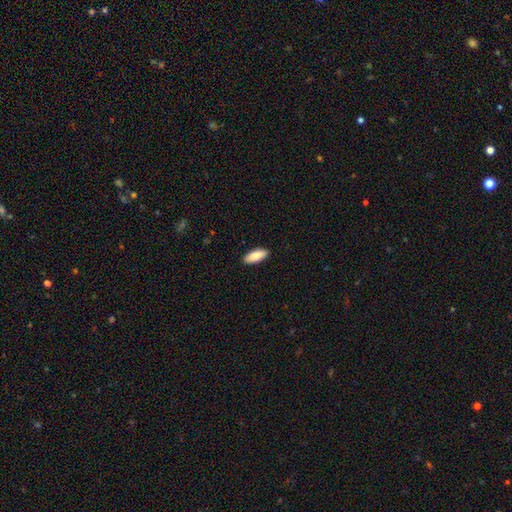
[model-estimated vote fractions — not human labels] Smooth or featured? Predicted: smooth (p=0.89). How rounded? Predicted: in between (p=0.79). Merging? Predicted: none (p=0.90).